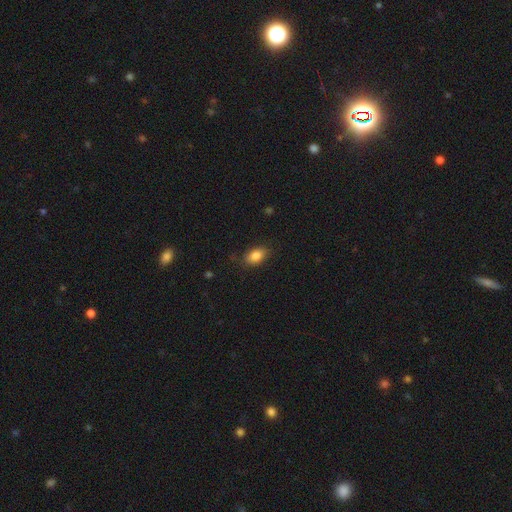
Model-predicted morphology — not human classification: This appears to be a smooth galaxy with no disk features (86%) that is in between round and cigar-shaped (86%). Merging: none (83%).